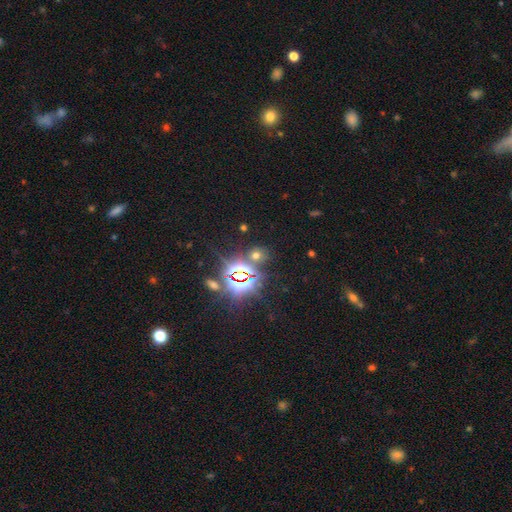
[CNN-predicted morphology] This appears to be a star or artifact, not a galaxy (56%).